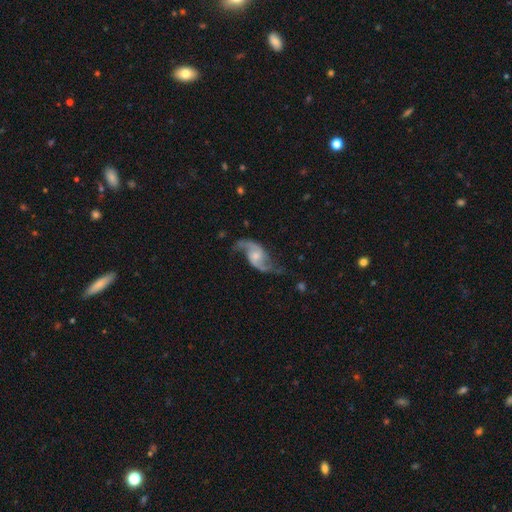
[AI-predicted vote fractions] Smooth or featured? Predicted: featured or disk (p=0.88). Edge-on disk? Predicted: no (p=0.97). Bar? Predicted: no (p=0.52). Spiral arms? Predicted: yes (p=0.97). Spiral winding? Predicted: loose (p=0.63). Spiral arm count? Predicted: 2 (p=0.93). Bulge size? Predicted: moderate (p=0.42). Merging? Predicted: none (p=0.67).